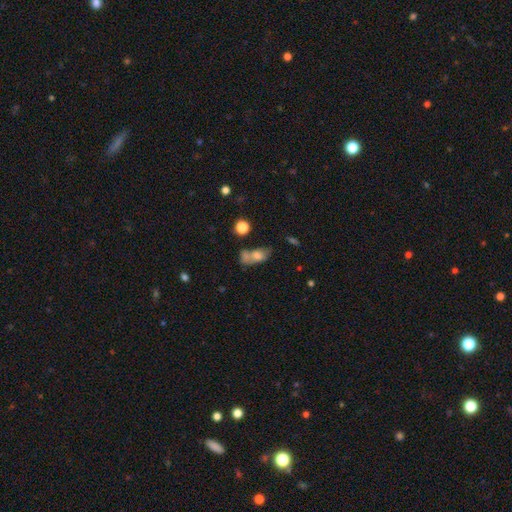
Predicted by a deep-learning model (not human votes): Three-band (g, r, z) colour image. It shows a smooth galaxy with no disk features (68%) that is in between round and cigar-shaped (80%). Merging: merger (39%).